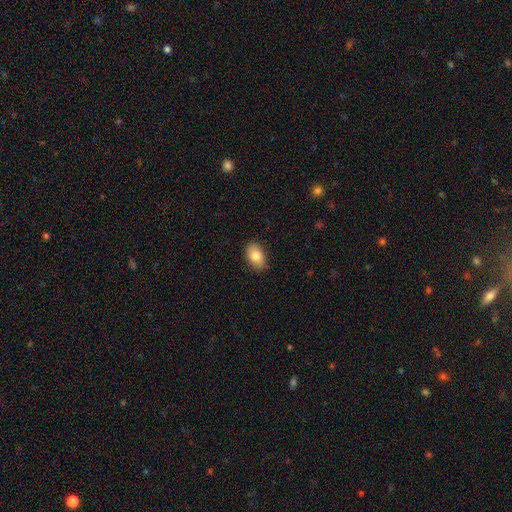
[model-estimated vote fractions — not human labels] smooth 83%, featured or disk 10%, star or artifact 7%. Down the decision tree: how rounded — in between (89%); merging — none (88%).